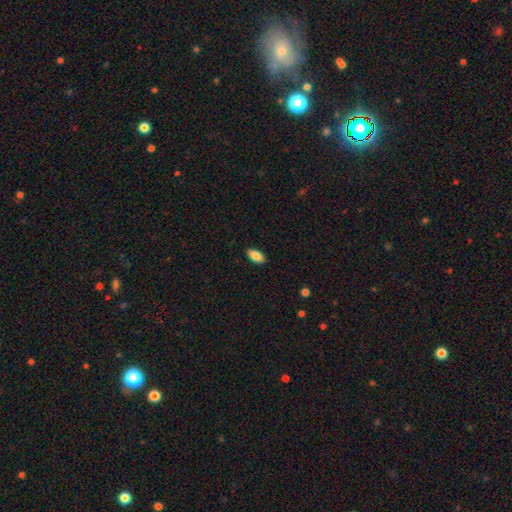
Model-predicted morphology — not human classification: Smooth or featured?
  - smooth: 86% *
  - star or artifact: 7%
  - featured or disk: 6%
How rounded?
  - in between: 93% *
  - cigar-shaped: 4%
  - round: 3%
Merging?
  - none: 89% *
  - minor disturbance: 8%
  - major disturbance: 2%
  - merger: 1%